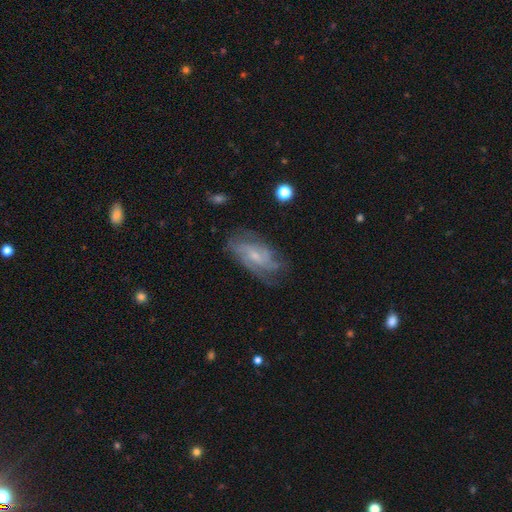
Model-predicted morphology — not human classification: smooth_or_featured: featured or disk (p=0.74) [alt: smooth p=0.18]
disk_edge_on: no (p=0.94) [alt: yes p=0.06]
bar: no (p=0.55) [alt: weak p=0.38]
has_spiral_arms: yes (p=0.90) [alt: no p=0.10]
spiral_winding: tight (p=0.44) [alt: medium p=0.41]
spiral_arm_count: can't tell (p=0.38) [alt: 2 p=0.29]
bulge_size: small (p=0.63) [alt: moderate p=0.28]
merging: none (p=0.67) [alt: minor disturbance p=0.22]